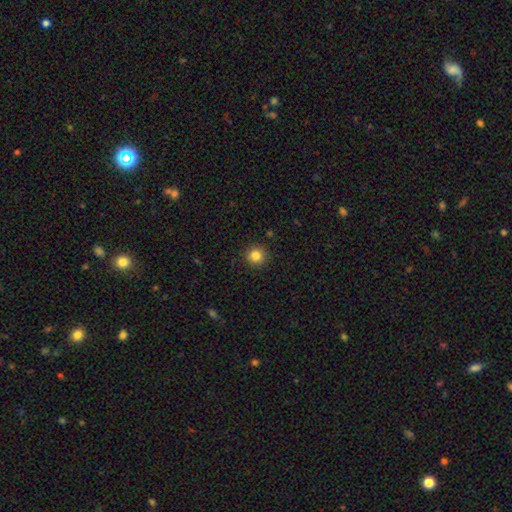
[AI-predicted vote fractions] smooth 83%, star or artifact 11%, featured or disk 5%. Down the decision tree: how rounded — round (94%); merging — none (92%).